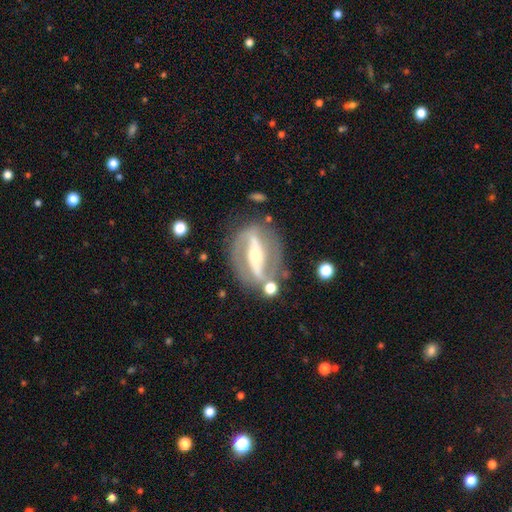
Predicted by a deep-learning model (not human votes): Smooth or featured? Predicted: featured or disk (p=0.86). Edge-on disk? Predicted: no (p=0.88). Bar? Predicted: strong (p=0.78). Spiral arms? Predicted: yes (p=0.80). Spiral winding? Predicted: medium (p=0.42). Spiral arm count? Predicted: 2 (p=0.87). Bulge size? Predicted: moderate (p=0.52). Merging? Predicted: none (p=0.78).